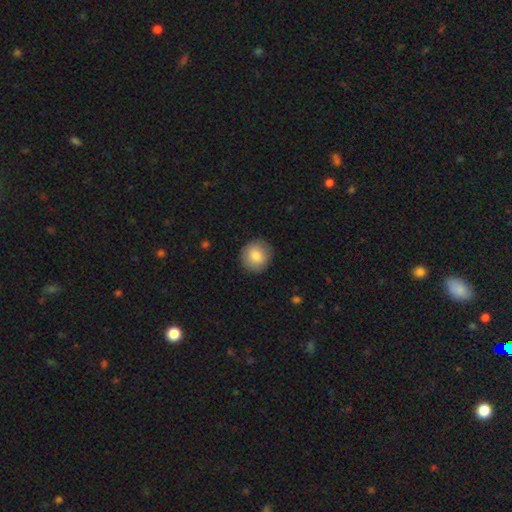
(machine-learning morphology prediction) Q: Smooth or featured?
A: smooth (84%); runner-up: featured or disk (9%)
Q: How rounded?
A: round (90%); runner-up: in between (9%)
Q: Merging?
A: none (89%); runner-up: minor disturbance (8%)